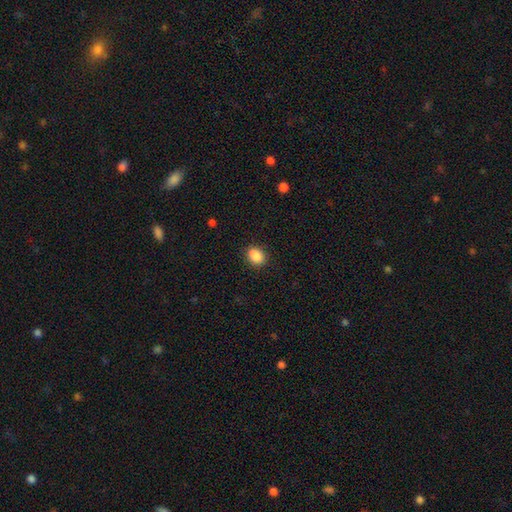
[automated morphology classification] Overall: smooth (88%). How rounded: in between (62%; round 37%). Merging: none (86%).